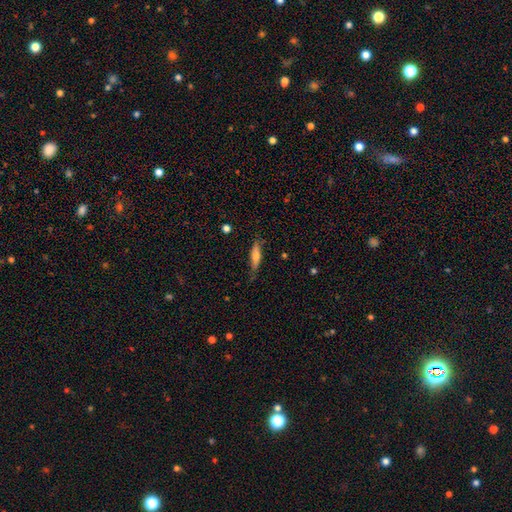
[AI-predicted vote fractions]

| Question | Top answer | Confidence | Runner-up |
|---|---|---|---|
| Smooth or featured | smooth | 59% | featured or disk (35%) |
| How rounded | cigar-shaped | 75% | in between (23%) |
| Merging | none | 72% | minor disturbance (22%) |